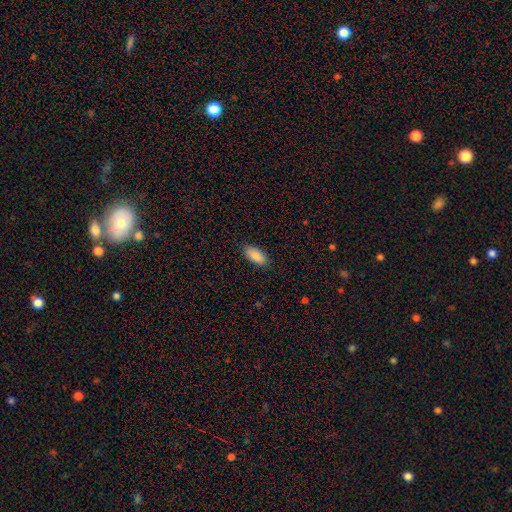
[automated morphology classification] The model was most divided on "merging": none: 88%, minor disturbance: 9%, major disturbance: 2%, merger: 1%. More confident: how rounded — in between (89%); smooth or featured — smooth (88%).